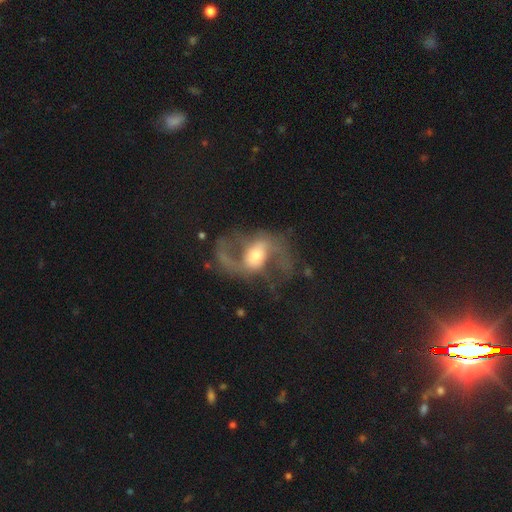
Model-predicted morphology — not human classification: Q: Smooth or featured?
A: featured or disk (84%); runner-up: smooth (11%)
Q: Edge-on disk?
A: no (96%); runner-up: yes (4%)
Q: Bar?
A: weak (37%); tied with: no (37%)
Q: Spiral arms?
A: yes (90%); runner-up: no (10%)
Q: Spiral winding?
A: loose (59%); runner-up: medium (35%)
Q: Spiral arm count?
A: 2 (91%); runner-up: can't tell (3%)
Q: Bulge size?
A: moderate (58%); runner-up: small (20%)
Q: Merging?
A: none (57%); runner-up: major disturbance (24%)